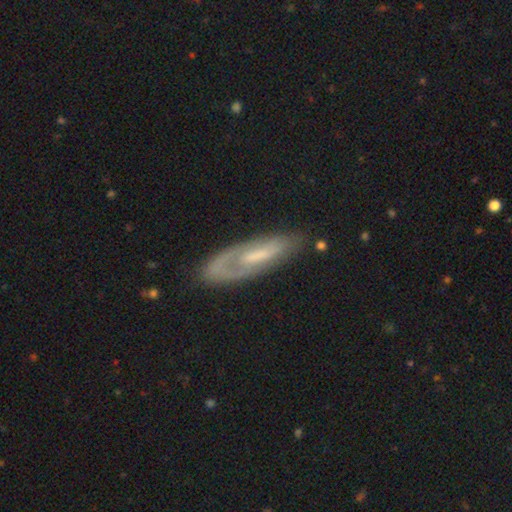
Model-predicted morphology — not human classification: The model was most divided on "smooth or featured": featured or disk: 62%, smooth: 29%, star or artifact: 8%. More confident: edge-on disk — no (75%); merging — none (69%).